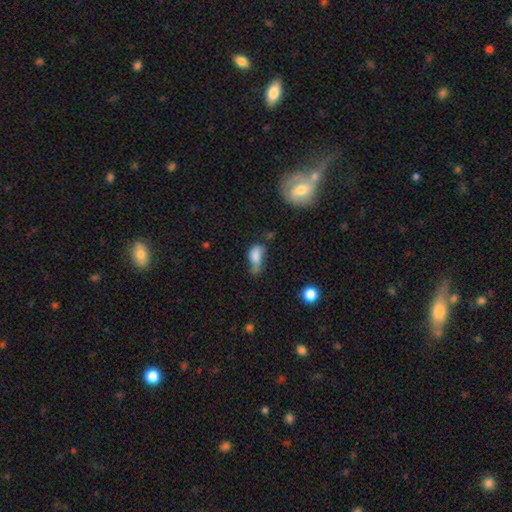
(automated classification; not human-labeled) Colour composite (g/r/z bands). It shows a smooth galaxy with no disk features (71%) that is in between round and cigar-shaped (84%). Merging: minor disturbance (34%).